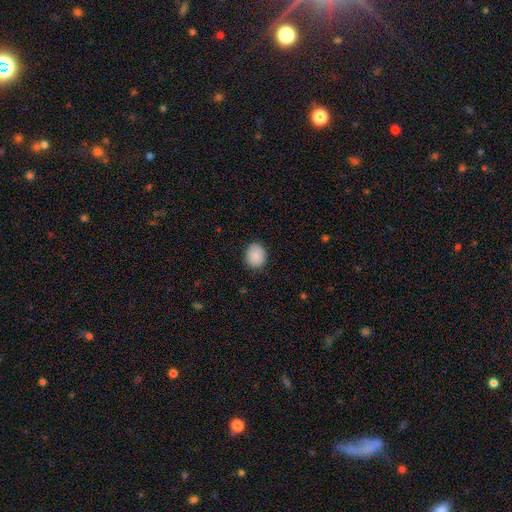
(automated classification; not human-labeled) A smooth galaxy with no disk features (87%) that is round (69%).

Vote fractions:
- Smooth or featured? smooth: 87% / star or artifact: 8% / featured or disk: 6%
- How rounded? round: 69% / in between: 30% / cigar-shaped: 1%
- Merging? none: 87% / minor disturbance: 10% / major disturbance: 2% / merger: 1%